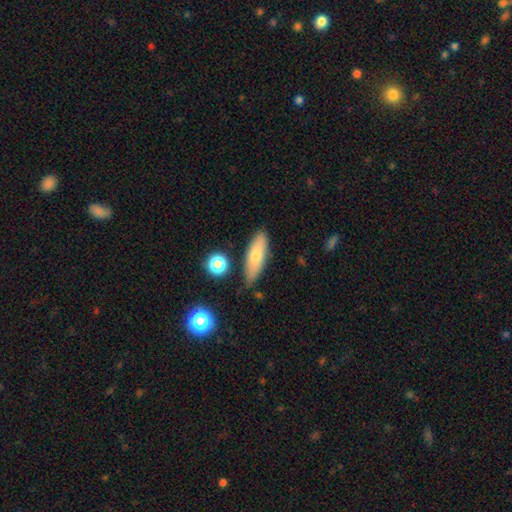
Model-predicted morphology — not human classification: smooth-or-featured: smooth: 67% | featured or disk: 25% | star or artifact: 7%
  how-rounded: in between: 56% | cigar-shaped: 41% | round: 3%
  merging: none: 77% | minor disturbance: 16% | merger: 4% | major disturbance: 3%